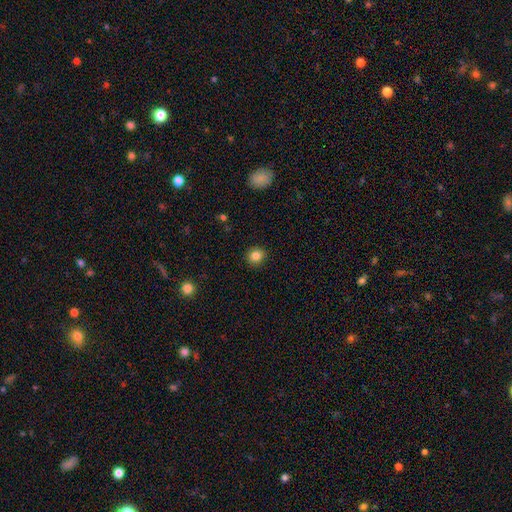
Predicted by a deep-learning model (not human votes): Smooth or featured?
  - smooth: 84% *
  - star or artifact: 11%
  - featured or disk: 5%
How rounded?
  - round: 84% *
  - in between: 15%
  - cigar-shaped: 1%
Merging?
  - none: 91% *
  - minor disturbance: 6%
  - major disturbance: 2%
  - merger: 1%